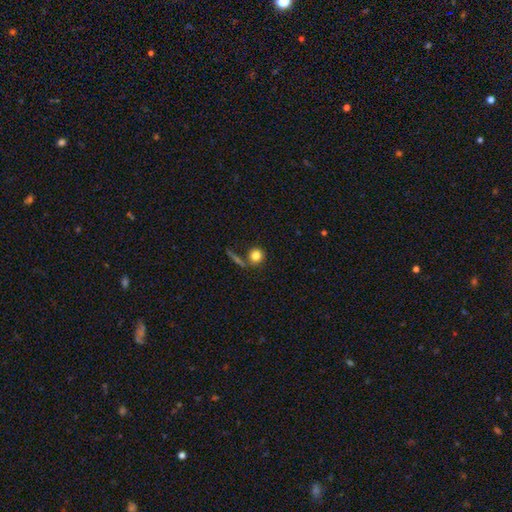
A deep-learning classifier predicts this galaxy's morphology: Smooth or featured? smooth (81%)
How rounded? round (89%)
Merging? none (67%)